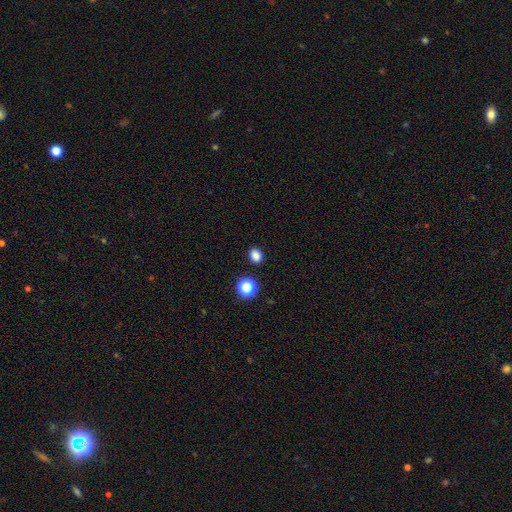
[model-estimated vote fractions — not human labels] This is clearly a smooth galaxy (83%). How rounded: possibly in between (50%). Merging: clearly none (89%).